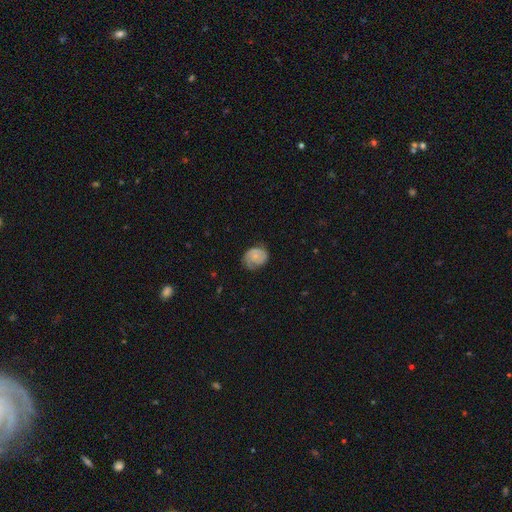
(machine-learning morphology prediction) smooth-or-featured: featured or disk: 56% | smooth: 36% | star or artifact: 7%
  disk-edge-on: no: 98% | yes: 2%
    bar: no: 76% | weak: 20% | strong: 3%
    has-spiral-arms: yes: 86% | no: 14%
    bulge-size: small: 62% | moderate: 26% | none: 9% | large: 2% | dominant: 1%
  merging: none: 60% | minor disturbance: 27% | major disturbance: 11% | merger: 1%